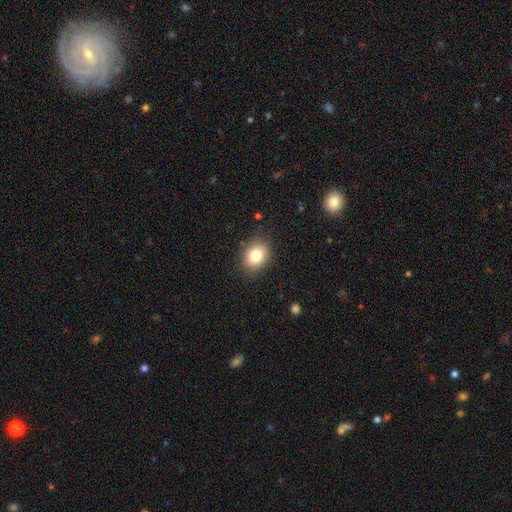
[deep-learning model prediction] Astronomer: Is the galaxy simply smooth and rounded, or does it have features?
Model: smooth — 80%.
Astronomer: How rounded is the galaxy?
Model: in between — 56% (runner-up: round, 43%).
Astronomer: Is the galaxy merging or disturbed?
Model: none — 86%.